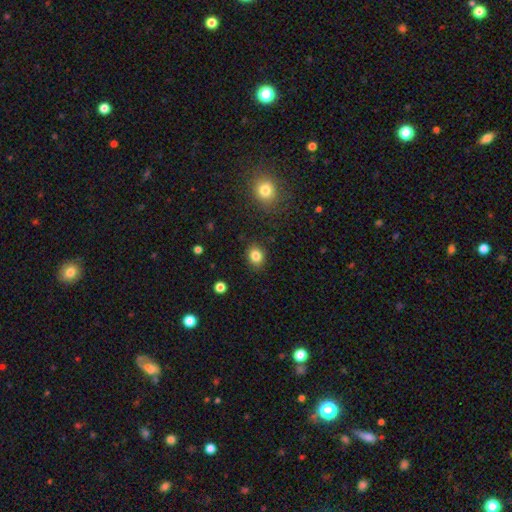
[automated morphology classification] The model was most divided on "how rounded": round: 60%, in between: 39%, cigar-shaped: 1%. More confident: merging — none (87%); smooth or featured — smooth (84%).